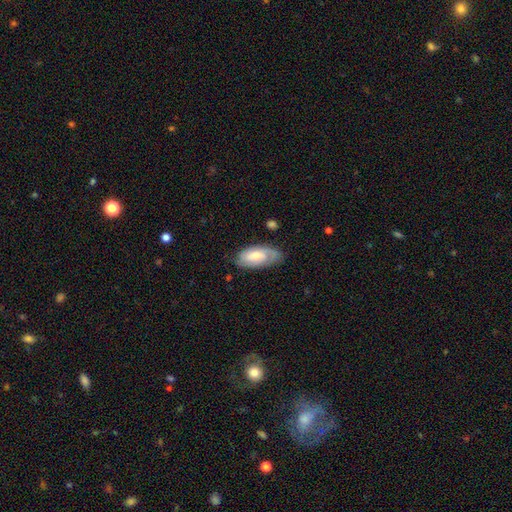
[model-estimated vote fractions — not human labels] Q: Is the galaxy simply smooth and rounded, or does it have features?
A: featured or disk — 51%.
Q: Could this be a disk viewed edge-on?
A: no — 91%.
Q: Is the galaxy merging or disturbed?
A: none — 69%.